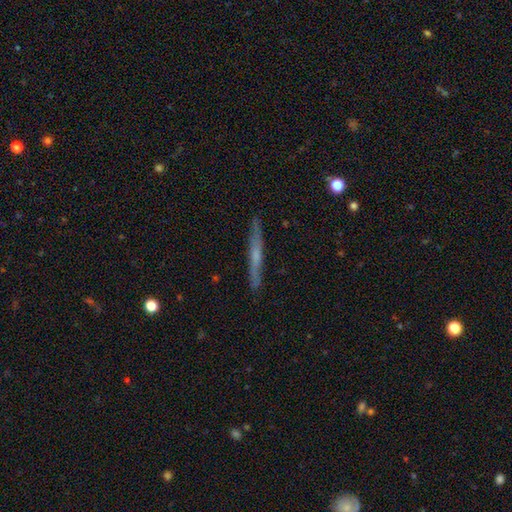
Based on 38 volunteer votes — Overall: smooth (53%; featured or disk 45%). How rounded: cigar-shaped (90%). Merging: none (95%).